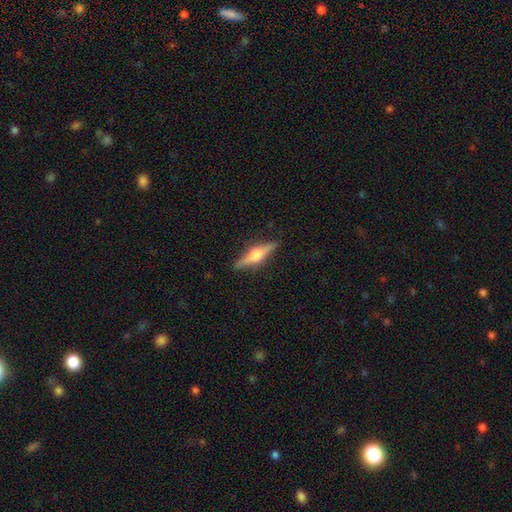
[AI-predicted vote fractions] smooth-or-featured: featured or disk: 66% | smooth: 28% | star or artifact: 7%
  disk-edge-on: yes: 97% | no: 3%
    edge-on-bulge: rounded: 87% | boxy: 10% | none: 3%
  merging: none: 88% | minor disturbance: 9% | major disturbance: 2% | merger: 1%